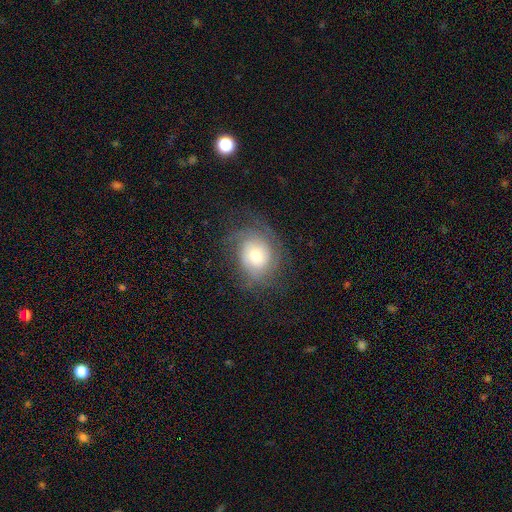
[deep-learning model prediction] Morphology: type=featured or disk (58%); edge-on=no (96%); bar=no (77%); spiral arms=yes (86%); bulge=moderate (57%); merging=none (65%).